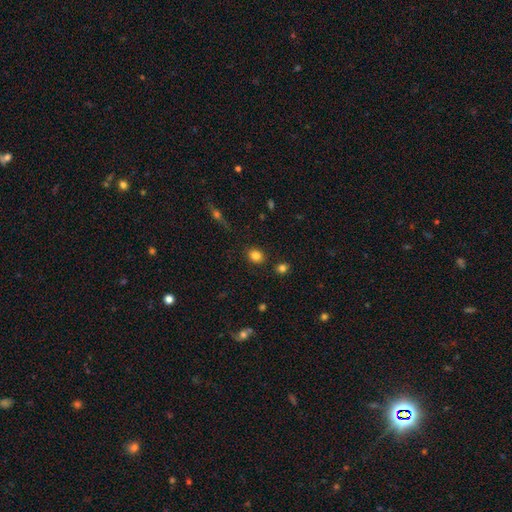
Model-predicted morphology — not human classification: Q: Smooth or featured?
A: smooth (83%); runner-up: star or artifact (11%)
Q: How rounded?
A: round (58%); runner-up: in between (40%)
Q: Merging?
A: none (86%); runner-up: minor disturbance (8%)